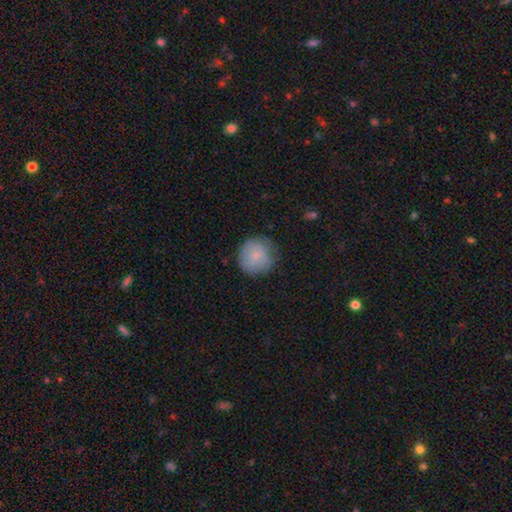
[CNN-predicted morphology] A smooth galaxy with no disk features (78%) that is round (93%).

Vote fractions:
- Smooth or featured? smooth: 78% / featured or disk: 15% / star or artifact: 7%
- How rounded? round: 93% / in between: 6% / cigar-shaped: 1%
- Merging? none: 74% / minor disturbance: 19% / major disturbance: 5% / merger: 1%